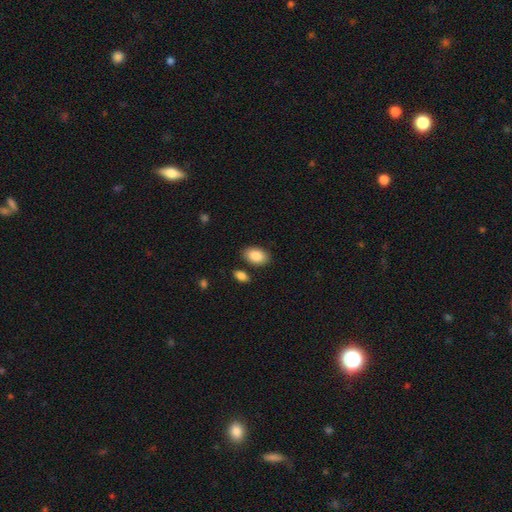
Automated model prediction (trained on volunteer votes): smooth-or-featured: smooth: 89% | star or artifact: 6% | featured or disk: 5%
  how-rounded: in between: 91% | round: 8% | cigar-shaped: 1%
  merging: none: 83% | minor disturbance: 10% | merger: 4% | major disturbance: 3%